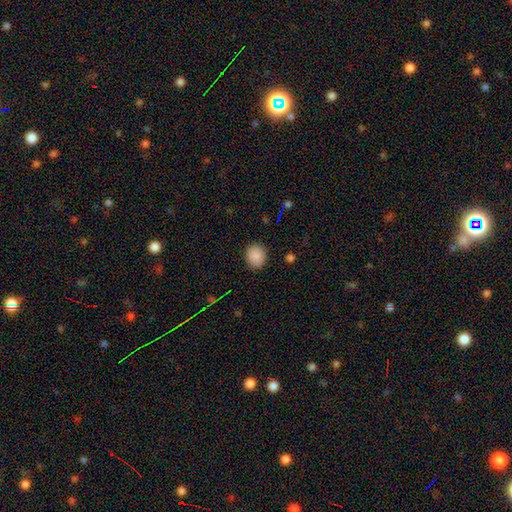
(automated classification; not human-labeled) Morphology: type=smooth (88%); roundness=round (79%); merging=none (89%).